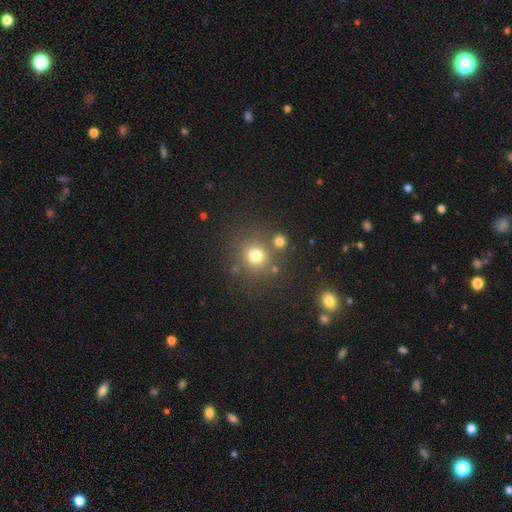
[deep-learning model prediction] smooth 75%, star or artifact 17%, featured or disk 8%. Down the decision tree: how rounded — round (89%); merging — none (77%).